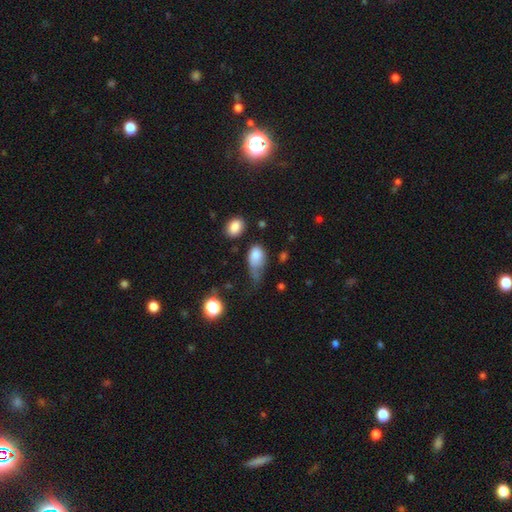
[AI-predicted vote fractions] This is likely a smooth galaxy (79%). How rounded: likely in between (79%). Merging: marginally major disturbance (39%).